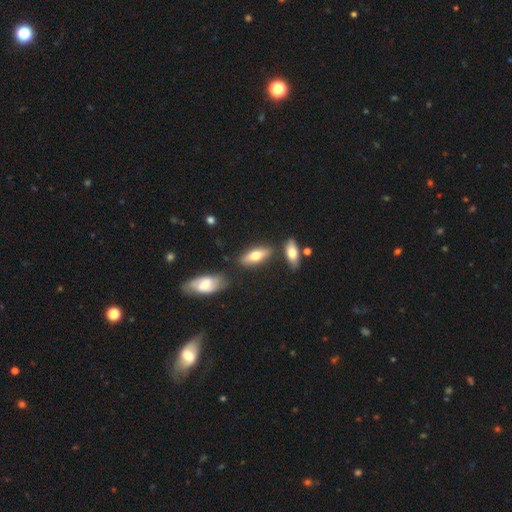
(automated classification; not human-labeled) Smooth or featured? Predicted: smooth (p=0.58). How rounded? Predicted: in between (p=0.68). Merging? Predicted: none (p=0.75).